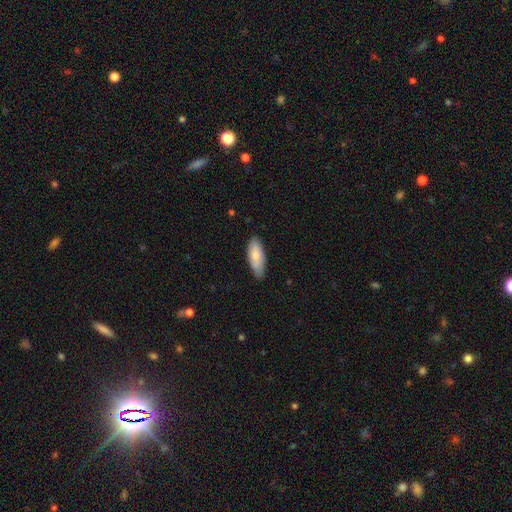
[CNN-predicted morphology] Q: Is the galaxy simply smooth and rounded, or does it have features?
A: smooth — 82%.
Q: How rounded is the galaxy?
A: in between — 76%.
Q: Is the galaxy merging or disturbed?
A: none — 77%.